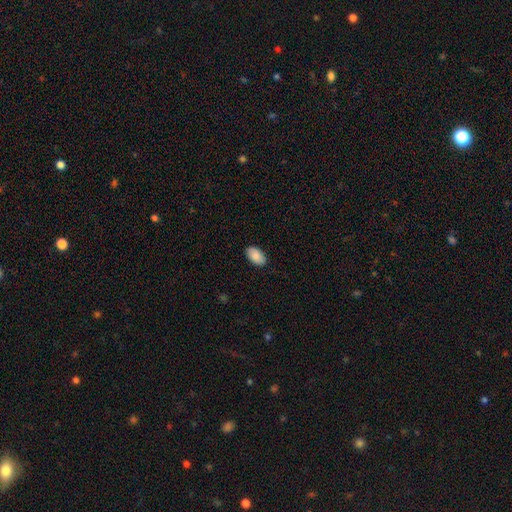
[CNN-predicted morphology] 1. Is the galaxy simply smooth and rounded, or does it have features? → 87% smooth, 6% star or artifact, 6% featured or disk.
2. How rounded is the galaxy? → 94% in between, 5% round, 1% cigar-shaped.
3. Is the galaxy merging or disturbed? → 87% none, 10% minor disturbance, 2% major disturbance, 1% merger.